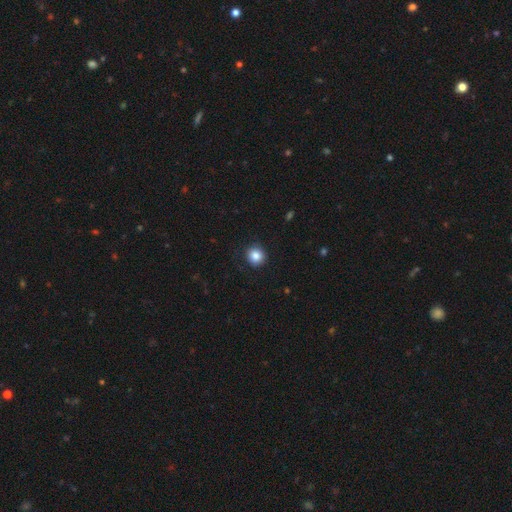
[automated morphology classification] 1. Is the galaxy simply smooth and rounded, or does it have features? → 86% smooth, 9% star or artifact, 4% featured or disk.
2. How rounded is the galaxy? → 91% round, 8% in between, 1% cigar-shaped.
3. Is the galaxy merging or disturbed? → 89% none, 8% minor disturbance, 2% major disturbance, 1% merger.